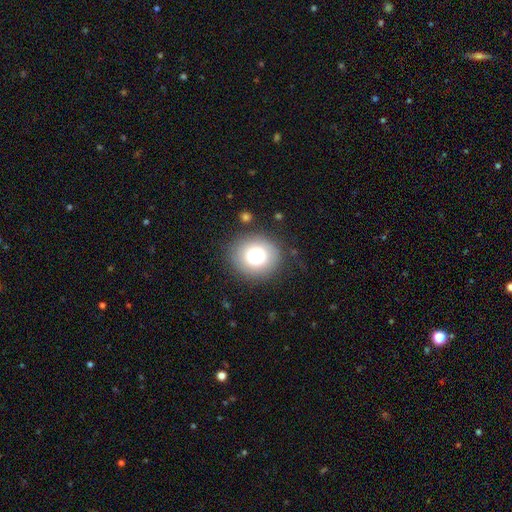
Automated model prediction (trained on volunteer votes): smooth_or_featured: smooth (p=0.78) [alt: featured or disk p=0.12]
how_rounded: round (p=0.83) [alt: in between p=0.16]
merging: none (p=0.84) [alt: minor disturbance p=0.10]